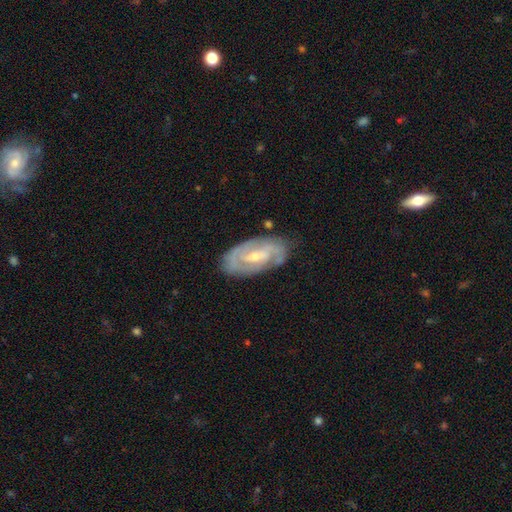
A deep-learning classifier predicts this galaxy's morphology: type=featured or disk (83%); edge-on=no (94%); bar=weak (47%); spiral arms=yes (91%); winding=tight (49%); arm count=2 (64%); bulge=small (57%); merging=none (76%).